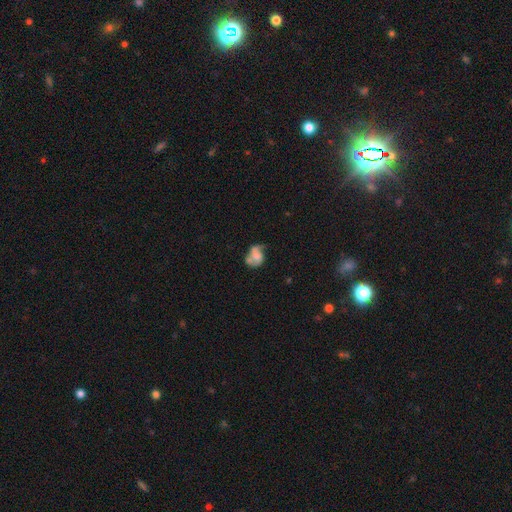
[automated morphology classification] Smooth or featured?
  - featured or disk: 55% *
  - smooth: 36%
  - star or artifact: 9%
Edge-on disk?
  - no: 97% *
  - yes: 3%
Bar?
  - no: 75% *
  - weak: 21%
  - strong: 5%
Spiral arms?
  - yes: 68% *
  - no: 32%
Bulge size?
  - moderate: 30% *
  - none: 28%
  - small: 28%
  - large: 12%
  - dominant: 3%
Merging?
  - none: 30% *
  - merger: 24%
  - minor disturbance: 23%
  - major disturbance: 23%